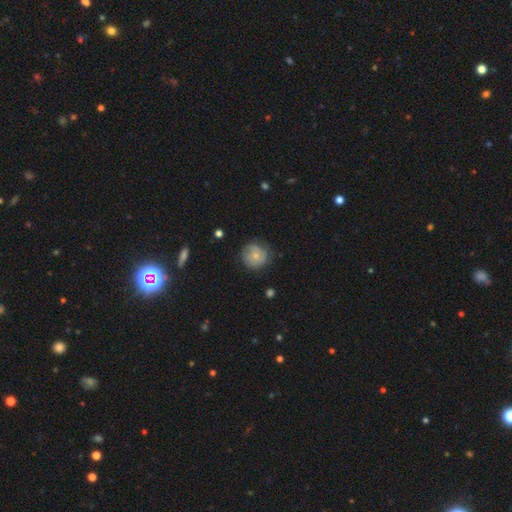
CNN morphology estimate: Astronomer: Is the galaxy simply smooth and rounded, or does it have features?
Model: smooth — 54% (runner-up: featured or disk, 39%).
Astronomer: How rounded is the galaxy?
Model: round — 90%.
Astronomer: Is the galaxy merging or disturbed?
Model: none — 74%.